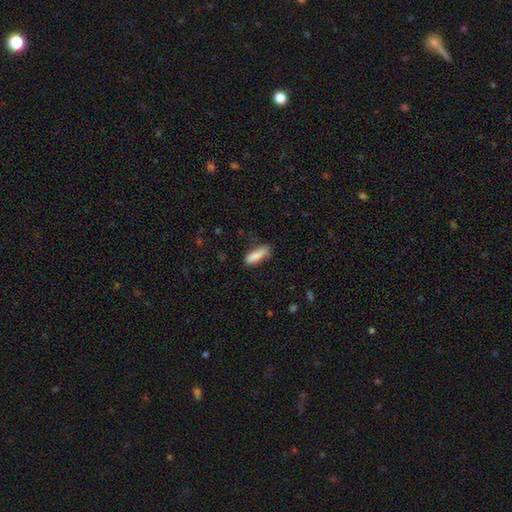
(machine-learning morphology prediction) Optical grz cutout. It shows a smooth galaxy with no disk features (86%) that is in between round and cigar-shaped (53%). Merging: none (64%).